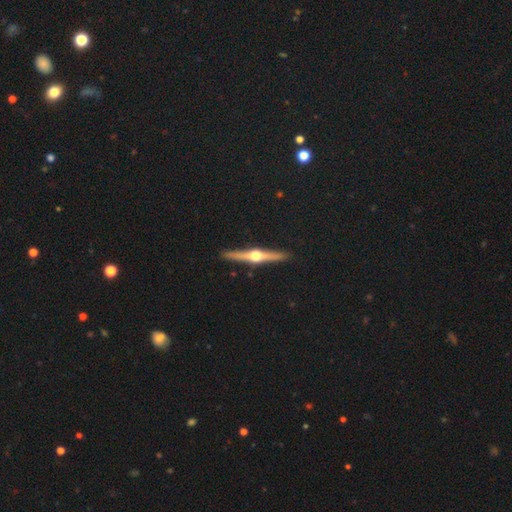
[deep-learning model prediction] Q: Smooth or featured?
A: featured or disk (83%); runner-up: smooth (13%)
Q: Edge-on disk?
A: yes (98%); runner-up: no (2%)
Q: Edge-on bulge?
A: rounded (97%); runner-up: boxy (2%)
Q: Merging?
A: none (92%); runner-up: minor disturbance (5%)